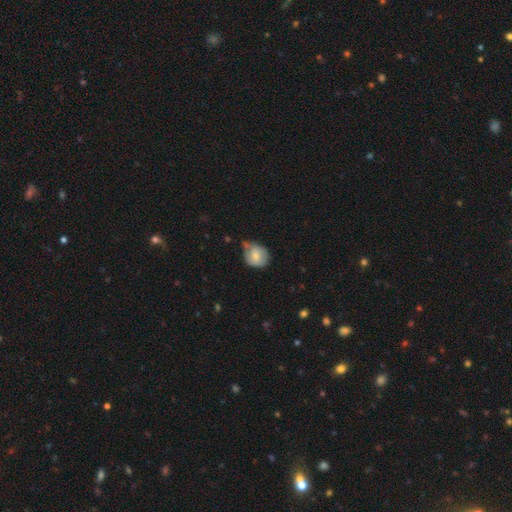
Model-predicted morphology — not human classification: Smooth or featured? Predicted: smooth (p=0.65). How rounded? Predicted: round (p=0.72). Merging? Predicted: none (p=0.50).